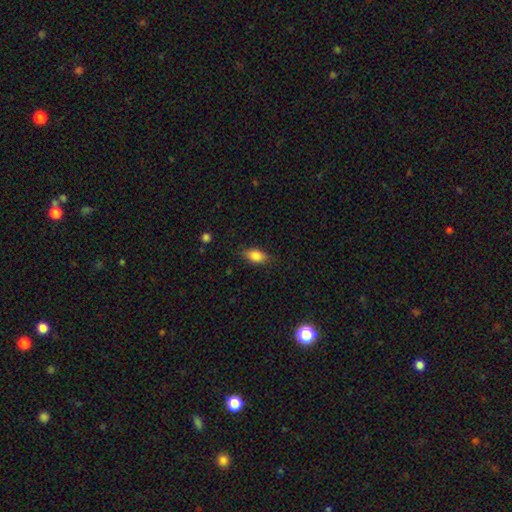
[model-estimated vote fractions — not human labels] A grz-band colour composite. It shows a smooth galaxy with no disk features (83%) that is in between round and cigar-shaped (85%). Merging: none (80%).